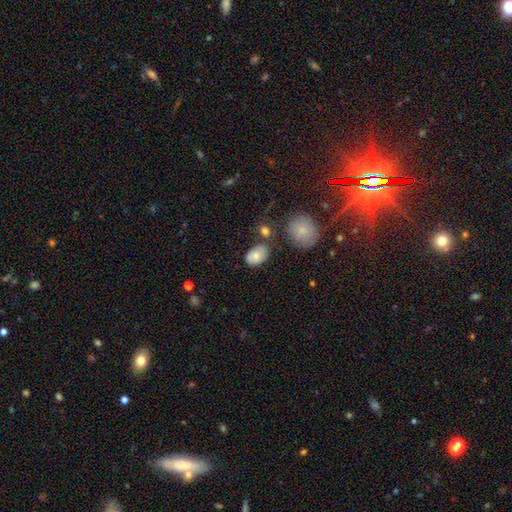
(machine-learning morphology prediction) Smooth or featured? Predicted: smooth (p=0.73). How rounded? Predicted: in between (p=0.82). Merging? Predicted: none (p=0.62).